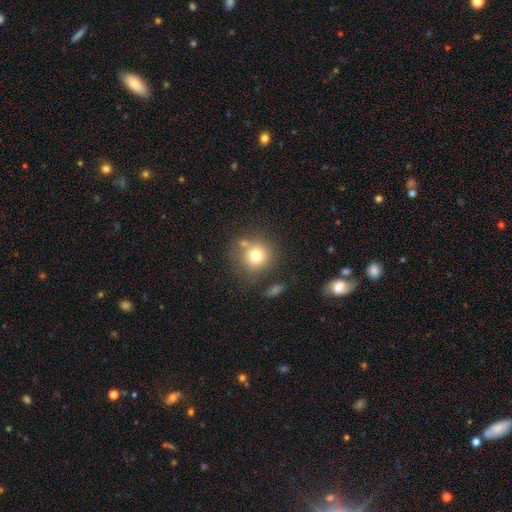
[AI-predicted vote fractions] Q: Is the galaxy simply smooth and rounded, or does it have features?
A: smooth — 75%.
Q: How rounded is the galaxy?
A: round — 90%.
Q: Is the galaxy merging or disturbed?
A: none — 67%.